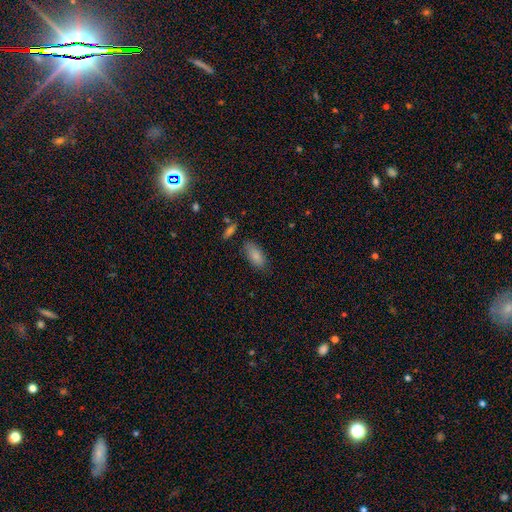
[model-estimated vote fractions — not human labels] Q: Smooth or featured?
A: smooth (85%); runner-up: featured or disk (8%)
Q: How rounded?
A: in between (89%); runner-up: cigar-shaped (8%)
Q: Merging?
A: none (77%); runner-up: minor disturbance (17%)